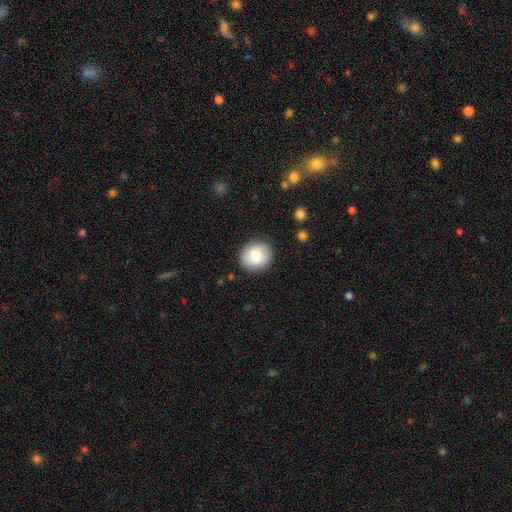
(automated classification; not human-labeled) smooth-or-featured: smooth: 76% | featured or disk: 17% | star or artifact: 7%
  how-rounded: round: 81% | in between: 18% | cigar-shaped: 1%
  merging: none: 87% | minor disturbance: 9% | major disturbance: 3% | merger: 1%